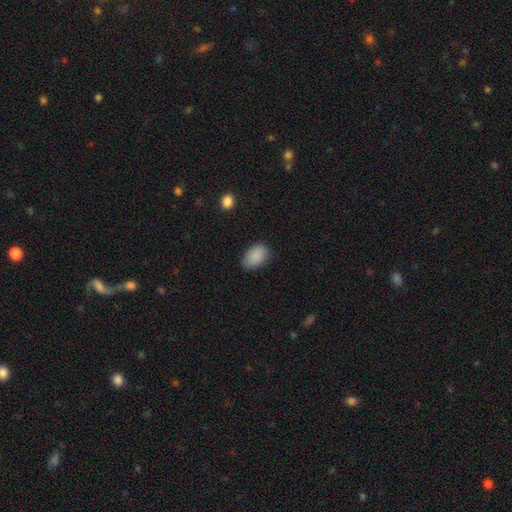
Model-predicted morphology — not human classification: This appears to be a smooth galaxy with no disk features (89%) that is in between round and cigar-shaped (88%). Merging: none (79%).